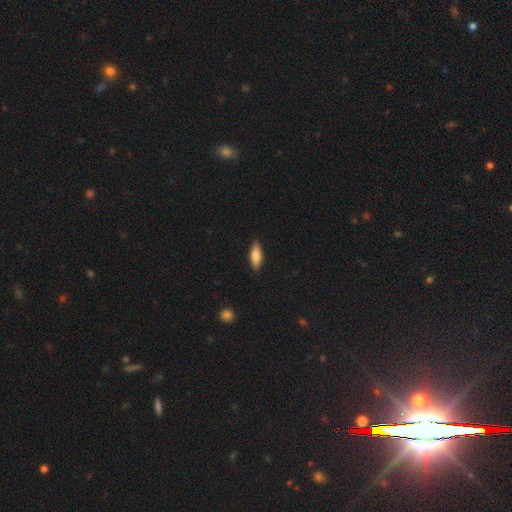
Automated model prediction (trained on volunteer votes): Smooth or featured? smooth (73%)
How rounded? in between (56%)
Merging? none (89%)